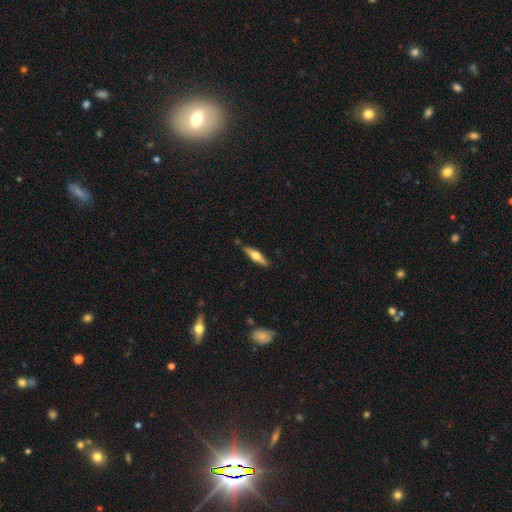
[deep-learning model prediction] featured or disk 53%, smooth 41%, star or artifact 6%. Down the decision tree: edge-on disk — yes (94%); merging — none (86%).